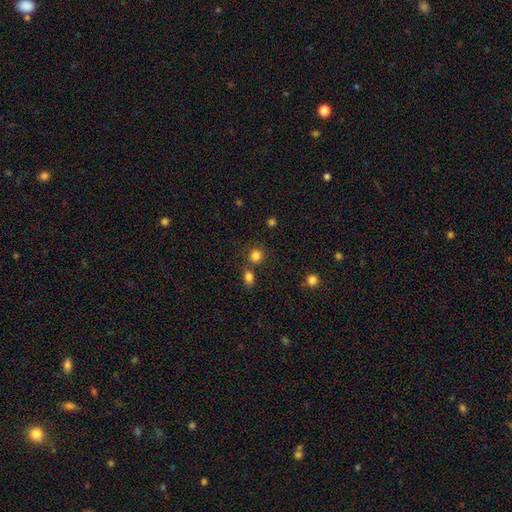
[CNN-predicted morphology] Smooth or featured?
  - smooth: 82% *
  - star or artifact: 13%
  - featured or disk: 5%
How rounded?
  - round: 87% *
  - in between: 12%
  - cigar-shaped: 1%
Merging?
  - none: 72% *
  - merger: 16%
  - minor disturbance: 8%
  - major disturbance: 3%